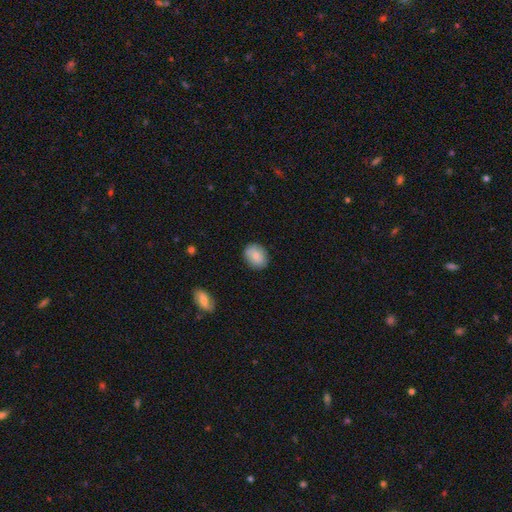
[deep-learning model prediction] Smooth or featured?
  - smooth: 77% *
  - featured or disk: 16%
  - star or artifact: 7%
How rounded?
  - in between: 52% *
  - round: 47%
  - cigar-shaped: 1%
Merging?
  - none: 82% *
  - minor disturbance: 14%
  - major disturbance: 3%
  - merger: 1%